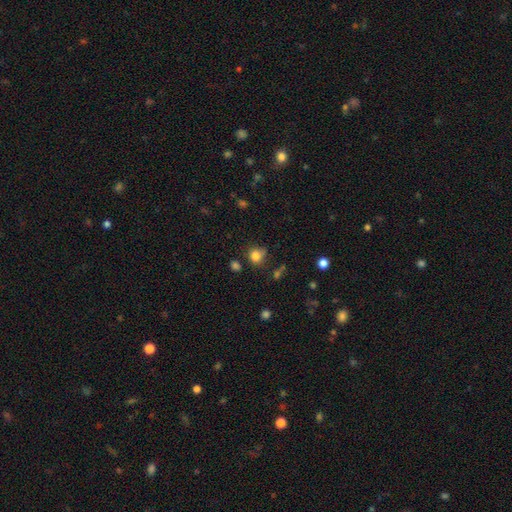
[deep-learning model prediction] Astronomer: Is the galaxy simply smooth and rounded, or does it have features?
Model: smooth — 81%.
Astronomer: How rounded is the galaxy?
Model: round — 80%.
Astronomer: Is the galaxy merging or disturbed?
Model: none — 63%.